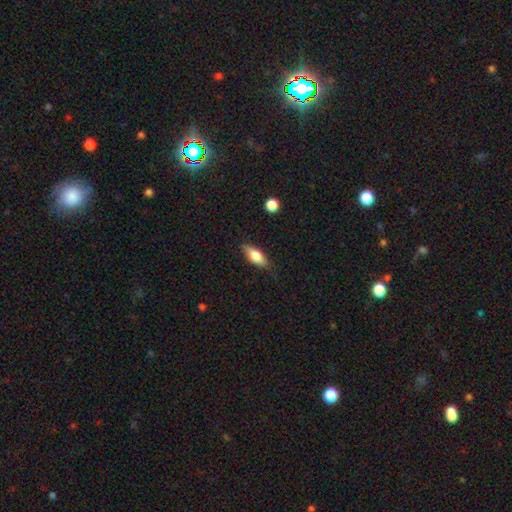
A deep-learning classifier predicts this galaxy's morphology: Smooth or featured: smooth — 72% (featured or disk — 21%)
How rounded: in between — 77% (cigar-shaped — 19%)
Merging: none — 81% (minor disturbance — 15%)